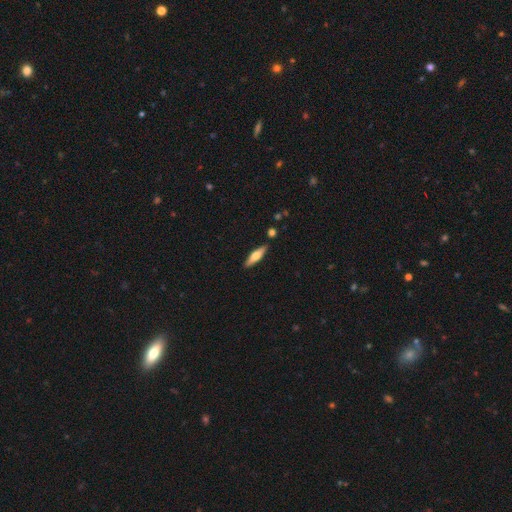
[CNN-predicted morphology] Smooth or featured? Predicted: smooth (p=0.55). How rounded? Predicted: cigar-shaped (p=0.69). Merging? Predicted: none (p=0.87).